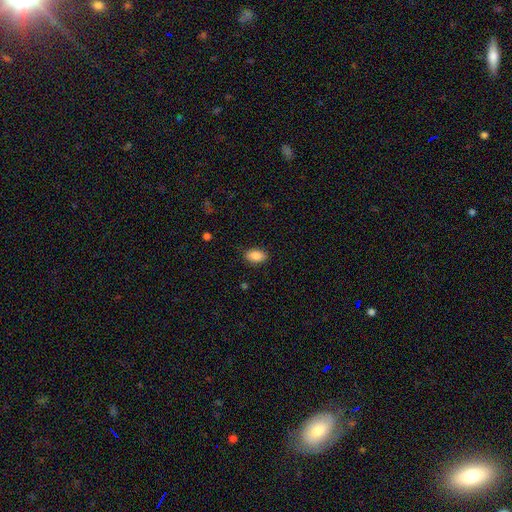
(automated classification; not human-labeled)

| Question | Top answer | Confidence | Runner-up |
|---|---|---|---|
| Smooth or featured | smooth | 88% | star or artifact (7%) |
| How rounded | in between | 90% | round (8%) |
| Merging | none | 85% | minor disturbance (11%) |